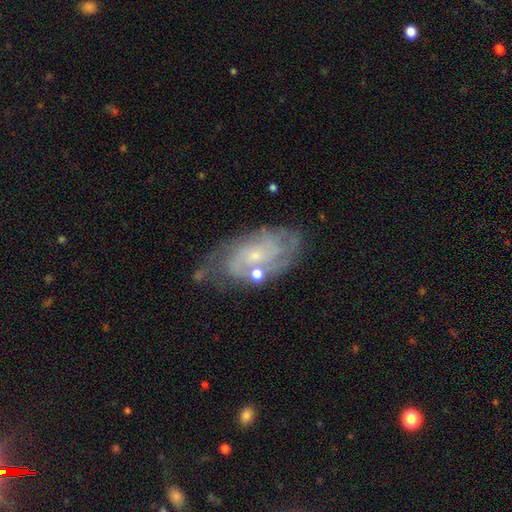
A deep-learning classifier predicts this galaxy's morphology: featured or disk 77%, smooth 15%, star or artifact 7%. Down the decision tree: edge-on disk — no (95%); bar — no (71%); spiral arms — yes (88%); spiral arm count — can't tell (44%); spiral winding — tight (60%); bulge size — small (75%); merging — none (62%).